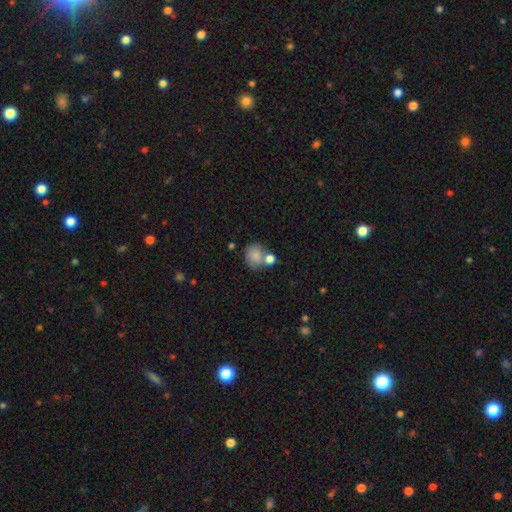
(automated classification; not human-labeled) The model was most divided on "merging": none: 46%, merger: 32%, minor disturbance: 16%, major disturbance: 6%. More confident: smooth or featured — smooth (80%); how rounded — round (62%).